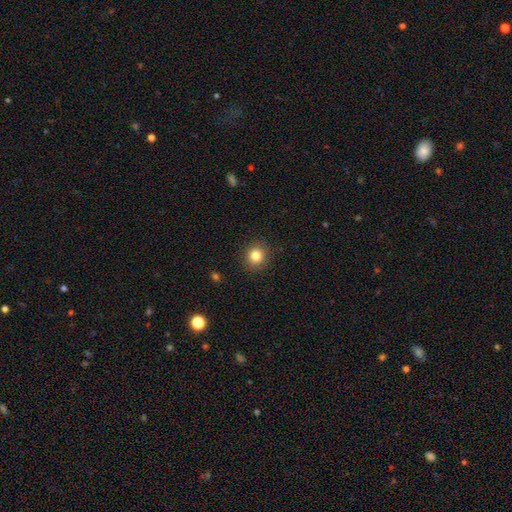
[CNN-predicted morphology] smooth-or-featured: smooth: 82% | star or artifact: 11% | featured or disk: 6%
  how-rounded: round: 91% | in between: 8% | cigar-shaped: 1%
  merging: none: 91% | minor disturbance: 6% | major disturbance: 2% | merger: 1%